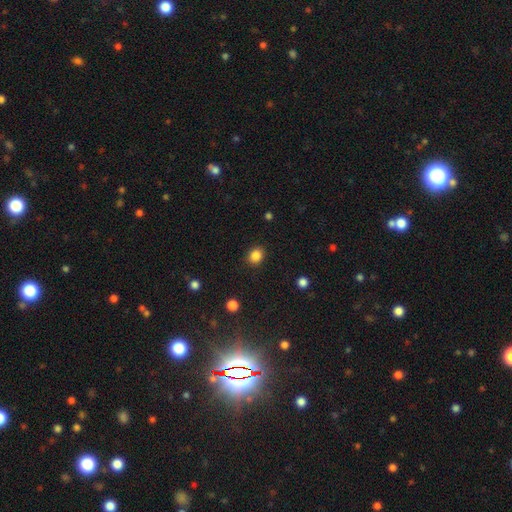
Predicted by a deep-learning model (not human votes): Overall: smooth (86%). How rounded: round (60%; in between 39%). Merging: none (89%).